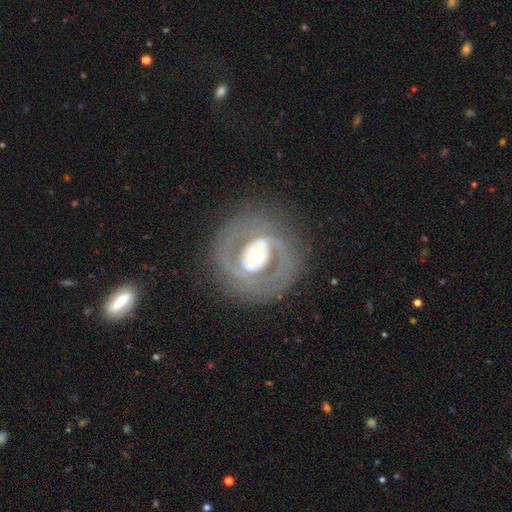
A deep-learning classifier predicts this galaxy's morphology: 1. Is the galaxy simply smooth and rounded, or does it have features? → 82% featured or disk, 12% smooth, 6% star or artifact.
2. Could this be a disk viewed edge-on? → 96% no, 4% yes.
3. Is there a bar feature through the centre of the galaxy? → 38% weak, 32% strong, 30% no.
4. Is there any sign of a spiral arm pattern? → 81% yes, 19% no.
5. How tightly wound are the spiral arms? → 43% tight (tied), 43% medium (tied), 14% loose.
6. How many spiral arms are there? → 84% 2, 7% can't tell, 4% 1, 2% 3, 1% 4, 1% more than 4.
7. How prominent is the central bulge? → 64% moderate, 20% small, 13% large, 2% dominant, 1% none.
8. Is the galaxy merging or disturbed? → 81% none, 11% minor disturbance, 6% major disturbance, 2% merger.